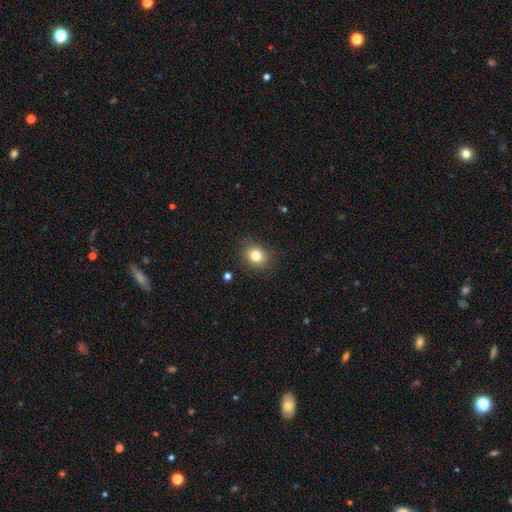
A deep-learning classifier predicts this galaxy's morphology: A smooth galaxy with no disk features (81%) that is round (68%). Merging: none (87%).